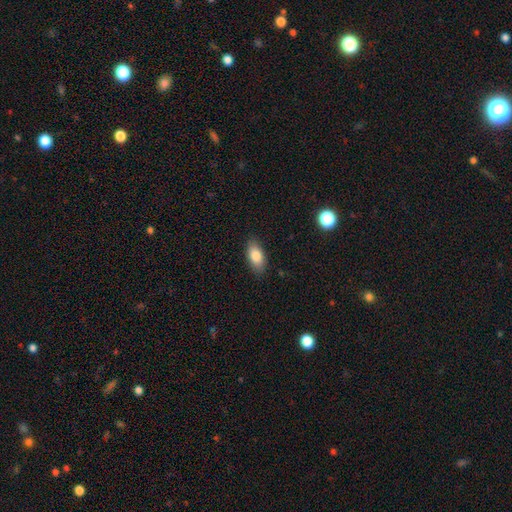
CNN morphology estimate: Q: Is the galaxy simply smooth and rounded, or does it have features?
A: smooth — 84%.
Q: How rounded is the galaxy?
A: in between — 90%.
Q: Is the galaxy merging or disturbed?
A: none — 86%.